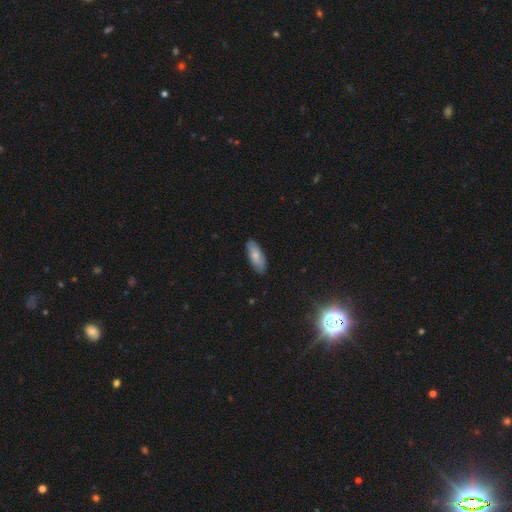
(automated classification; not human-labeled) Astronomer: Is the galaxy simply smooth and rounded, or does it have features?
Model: smooth — 72%.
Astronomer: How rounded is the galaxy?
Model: in between — 75%.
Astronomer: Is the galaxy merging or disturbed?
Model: none — 85%.